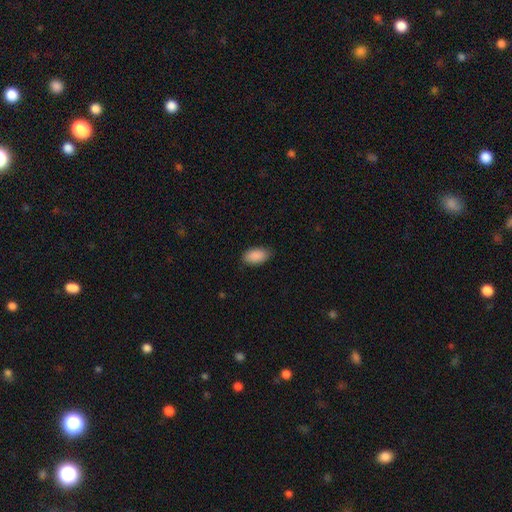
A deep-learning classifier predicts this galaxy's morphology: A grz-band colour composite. It shows a smooth galaxy with no disk features (90%) that is in between round and cigar-shaped (94%). Merging: none (82%).